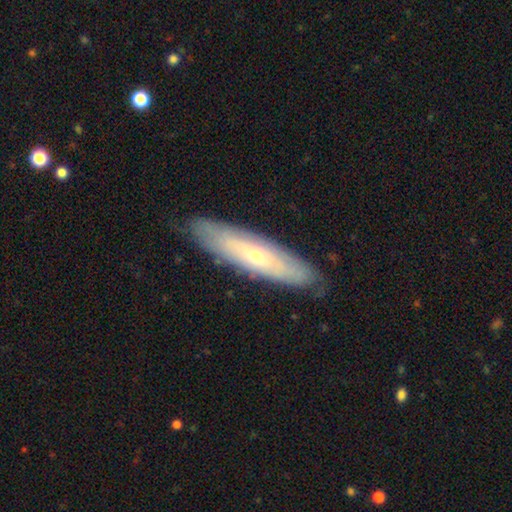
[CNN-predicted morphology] A featured or disk galaxy (56%). Merging: none (85%).